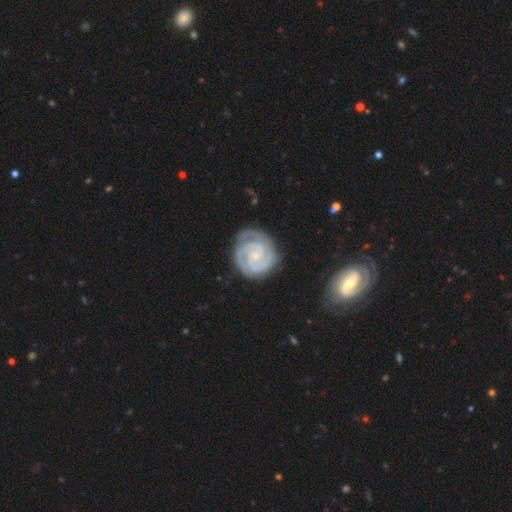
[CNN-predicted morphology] type=featured or disk (91%); edge-on=no (98%); bar=no (65%); spiral arms=yes (98%); winding=tight (80%); arm count=2 (62%); bulge=small (82%); merging=none (77%).